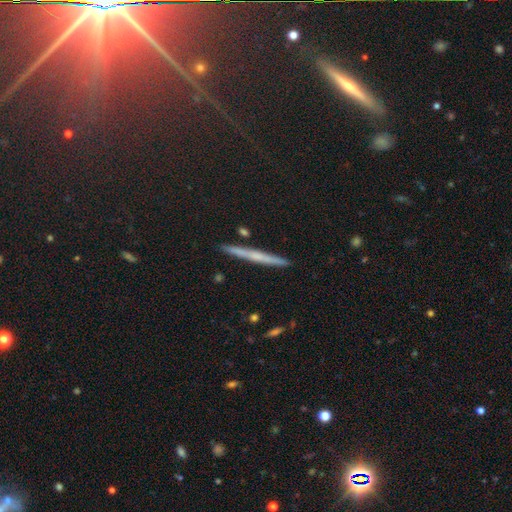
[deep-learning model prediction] The model was most divided on "smooth or featured": featured or disk: 49%, smooth: 37%, star or artifact: 14%. More confident: merging — none (90%).